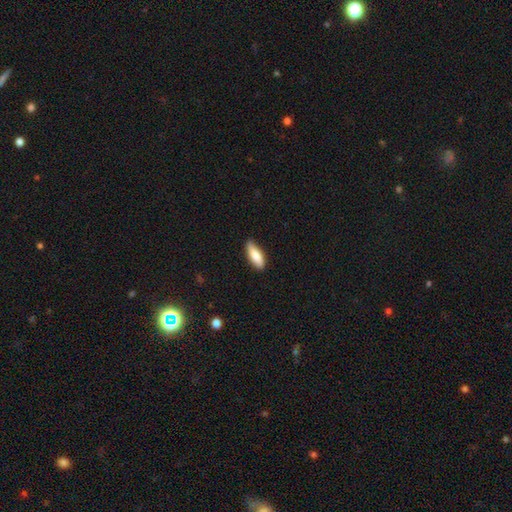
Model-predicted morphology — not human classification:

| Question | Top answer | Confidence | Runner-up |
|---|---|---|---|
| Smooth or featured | smooth | 80% | featured or disk (15%) |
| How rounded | in between | 67% | cigar-shaped (31%) |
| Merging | none | 82% | minor disturbance (15%) |